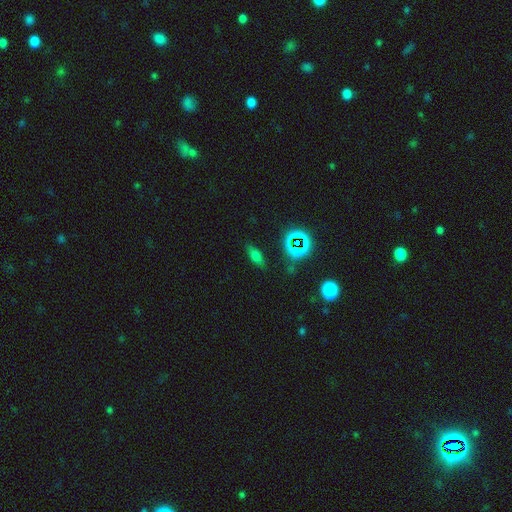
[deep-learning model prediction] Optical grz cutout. It shows a smooth galaxy with no disk features (59%) that is in between round and cigar-shaped (64%). Merging: none (81%).